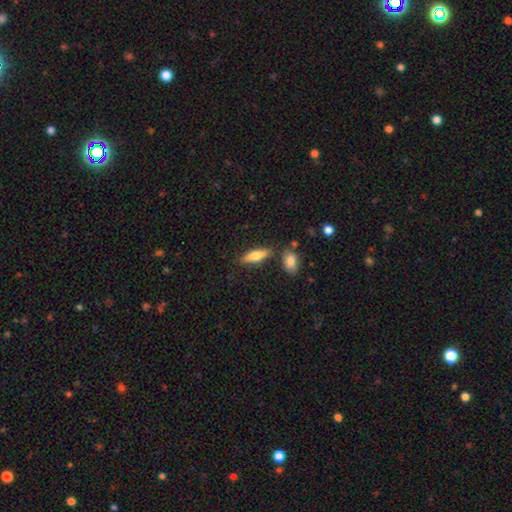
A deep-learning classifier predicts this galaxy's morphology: Smooth or featured?
  - smooth: 66% *
  - featured or disk: 27%
  - star or artifact: 6%
How rounded?
  - cigar-shaped: 51% *
  - in between: 47%
  - round: 2%
Merging?
  - none: 76% *
  - minor disturbance: 12%
  - merger: 9%
  - major disturbance: 3%